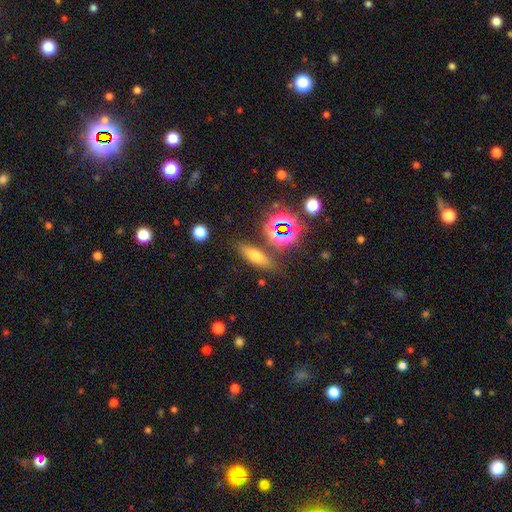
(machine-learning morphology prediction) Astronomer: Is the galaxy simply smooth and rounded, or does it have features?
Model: smooth — 59%.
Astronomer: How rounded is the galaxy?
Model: in between — 47% (runner-up: cigar-shaped, 45%).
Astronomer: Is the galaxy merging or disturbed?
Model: none — 78%.